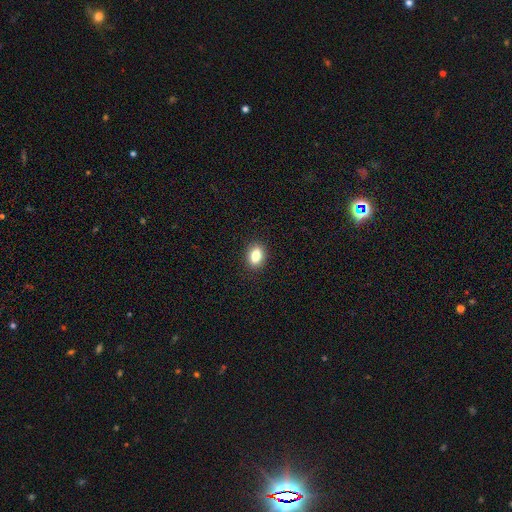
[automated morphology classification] Smooth or featured? Predicted: smooth (p=0.82). How rounded? Predicted: in between (p=0.73). Merging? Predicted: none (p=0.90).